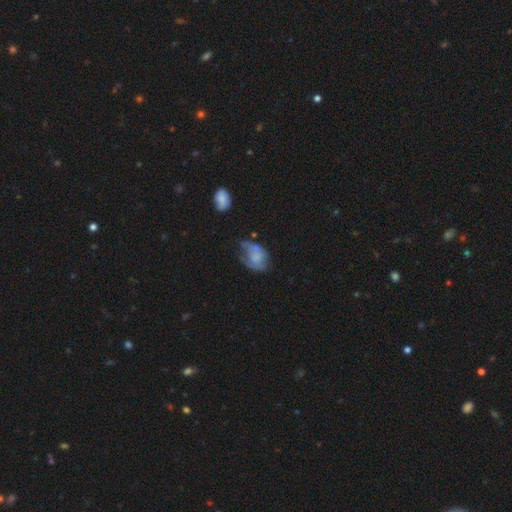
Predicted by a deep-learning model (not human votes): Smooth or featured: smooth — 48% (featured or disk — 42%)
Merging: major disturbance — 33% (minor disturbance — 31%)